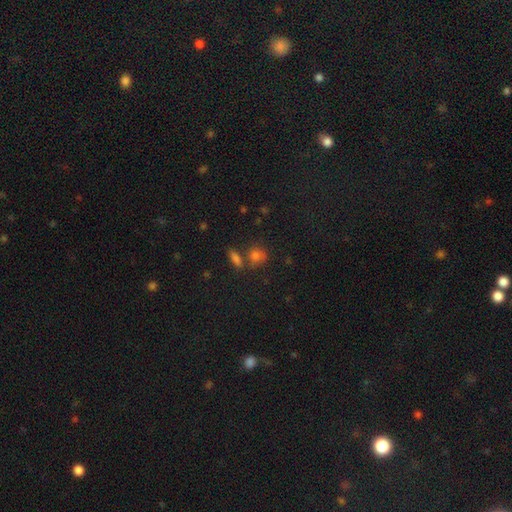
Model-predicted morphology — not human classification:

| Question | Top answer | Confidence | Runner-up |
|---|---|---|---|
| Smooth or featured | smooth | 70% | star or artifact (21%) |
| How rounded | round | 57% | in between (39%) |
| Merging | none | 58% | merger (25%) |